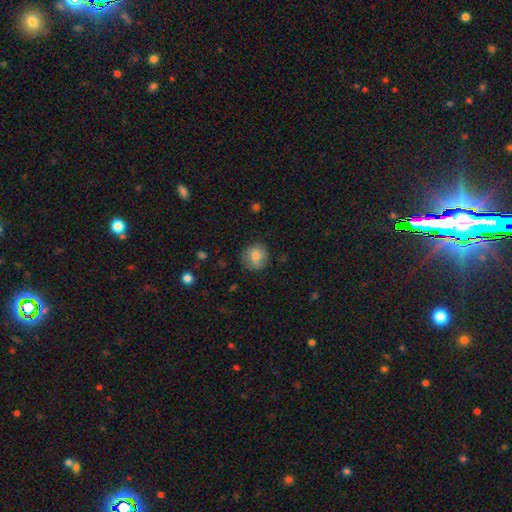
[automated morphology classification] A smooth galaxy with no disk features (72%) that is round (87%).

Vote fractions:
- Smooth or featured? smooth: 72% / featured or disk: 20% / star or artifact: 8%
- How rounded? round: 87% / in between: 12% / cigar-shaped: 1%
- Merging? none: 77% / minor disturbance: 17% / major disturbance: 5% / merger: 1%